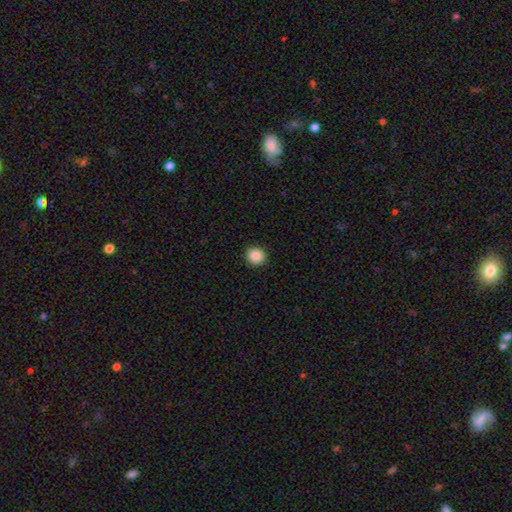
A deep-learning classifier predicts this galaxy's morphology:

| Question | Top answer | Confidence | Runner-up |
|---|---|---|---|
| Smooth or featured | smooth | 88% | star or artifact (9%) |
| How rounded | round | 90% | in between (9%) |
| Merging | none | 92% | minor disturbance (5%) |